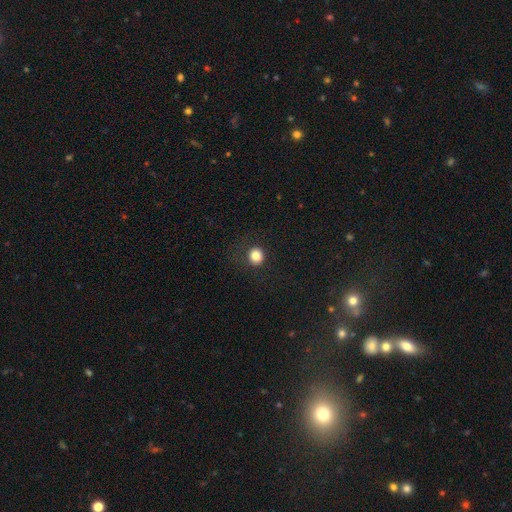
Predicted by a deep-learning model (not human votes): Morphology: type=smooth (83%); roundness=round (90%); merging=none (86%).